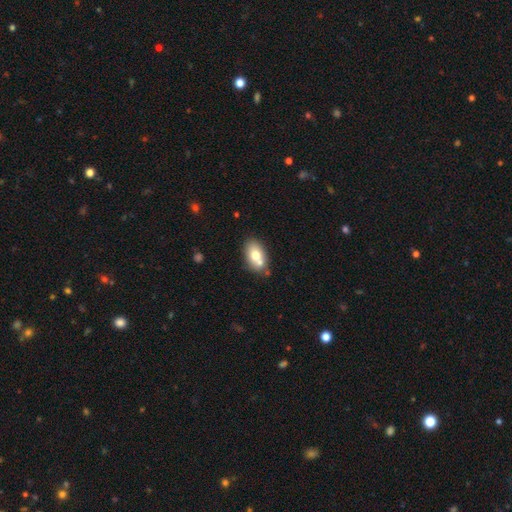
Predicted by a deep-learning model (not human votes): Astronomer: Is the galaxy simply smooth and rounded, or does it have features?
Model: smooth — 71%.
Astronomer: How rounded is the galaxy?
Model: in between — 87%.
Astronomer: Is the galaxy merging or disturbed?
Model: none — 58%.